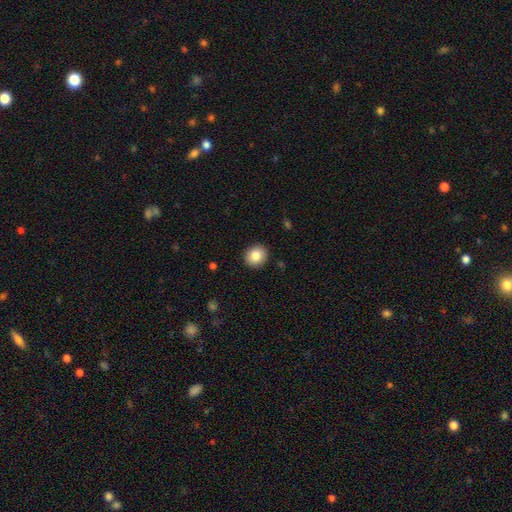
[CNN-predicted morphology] Smooth or featured? Predicted: smooth (p=0.85). How rounded? Predicted: round (p=0.83). Merging? Predicted: none (p=0.91).